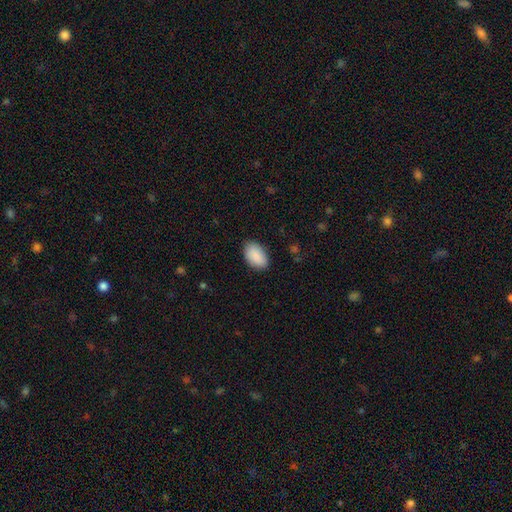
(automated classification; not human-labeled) A smooth galaxy with no disk features (90%) that is in between round and cigar-shaped (93%). Merging: none (85%).